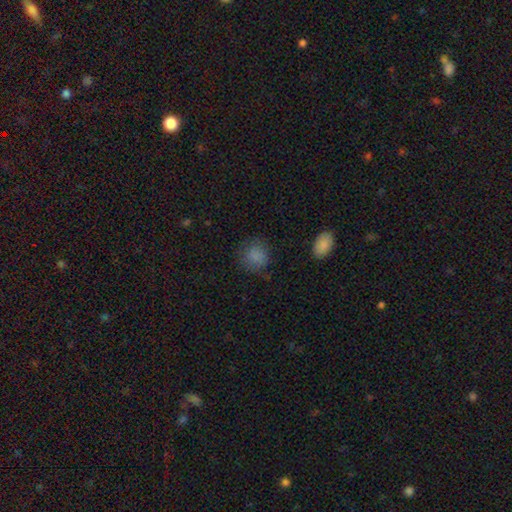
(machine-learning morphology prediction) type=smooth (81%); roundness=round (83%); merging=none (73%).